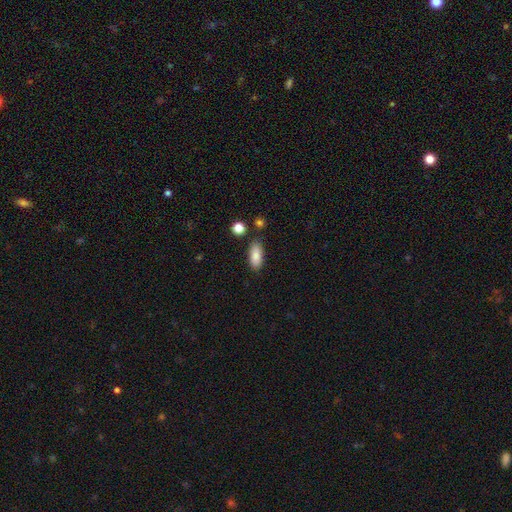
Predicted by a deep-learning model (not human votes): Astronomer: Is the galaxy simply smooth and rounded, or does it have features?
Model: smooth — 87%.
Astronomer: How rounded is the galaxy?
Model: in between — 81%.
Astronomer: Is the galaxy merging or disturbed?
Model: none — 81%.